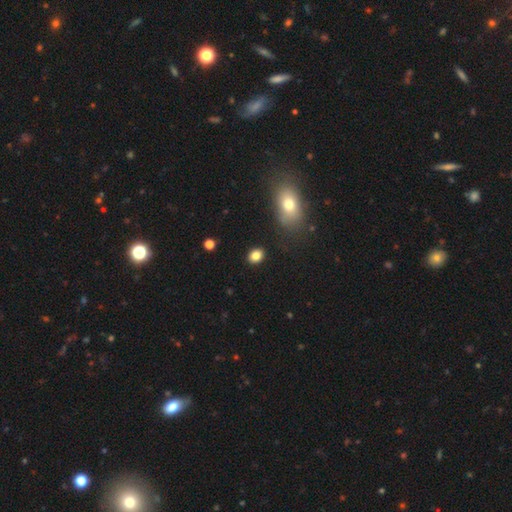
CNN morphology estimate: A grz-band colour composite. It shows a smooth galaxy with no disk features (84%) that is in between round and cigar-shaped (54%). Merging: none (88%).